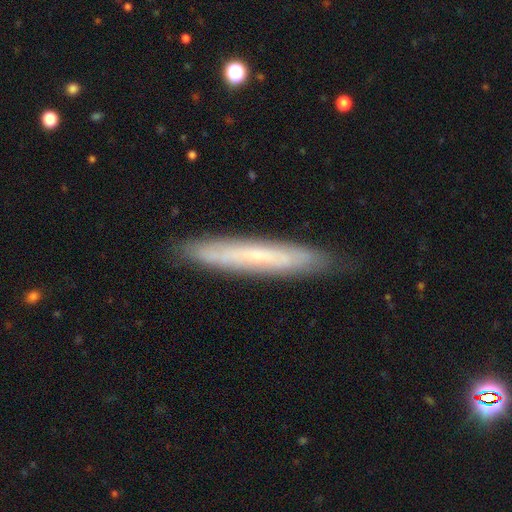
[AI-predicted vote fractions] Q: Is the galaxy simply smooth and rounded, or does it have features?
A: featured or disk — 48%.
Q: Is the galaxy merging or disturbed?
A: none — 86%.